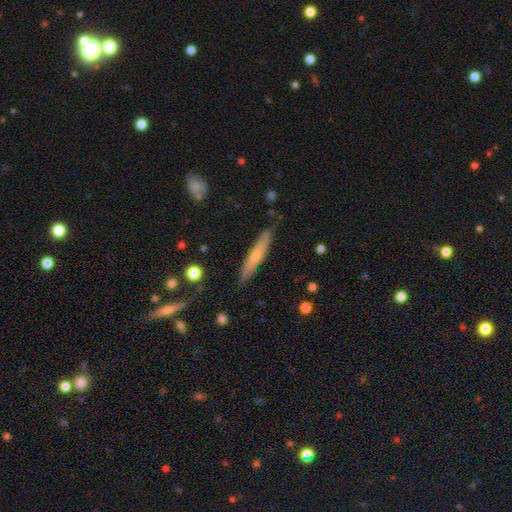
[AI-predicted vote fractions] smooth-or-featured: smooth: 49% | featured or disk: 45% | star or artifact: 6%
  merging: none: 82% | minor disturbance: 15% | major disturbance: 2% | merger: 2%